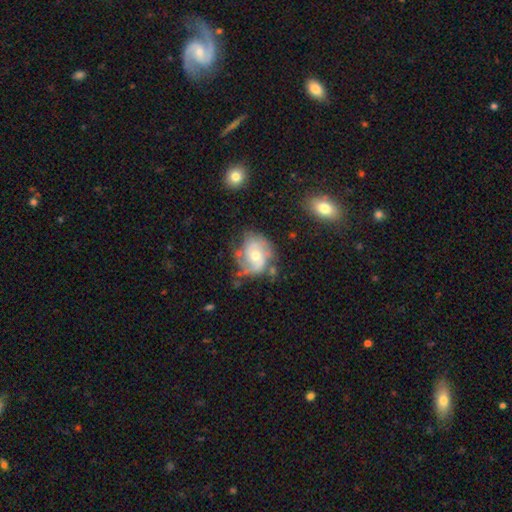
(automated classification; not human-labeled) smooth-or-featured: featured or disk: 68% | smooth: 24% | star or artifact: 7%
  disk-edge-on: no: 97% | yes: 3%
    bar: no: 70% | weak: 25% | strong: 5%
    has-spiral-arms: yes: 79% | no: 21%
      spiral-winding: tight: 44% | medium: 39% | loose: 16%
      spiral-arm-count: 2: 52% | can't tell: 29% | 3: 9% | 1: 6% | 4: 3% | more than 4: 2%
    bulge-size: moderate: 65% | small: 28% | large: 4% | none: 1% | dominant: 1%
  merging: none: 53% | minor disturbance: 26% | major disturbance: 14% | merger: 6%